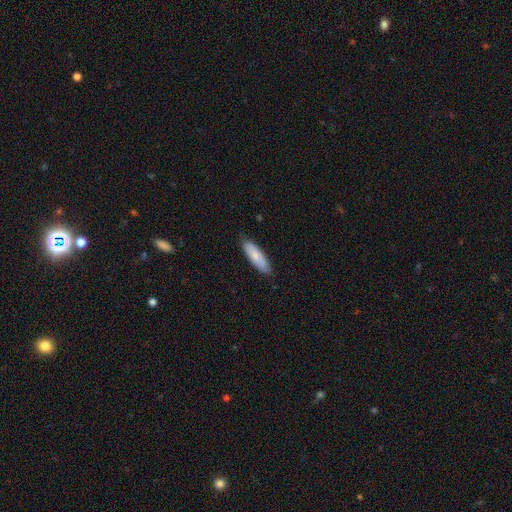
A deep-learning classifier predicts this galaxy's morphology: smooth 81%, featured or disk 13%, star or artifact 5%. Down the decision tree: how rounded — cigar-shaped (55%); merging — none (85%).